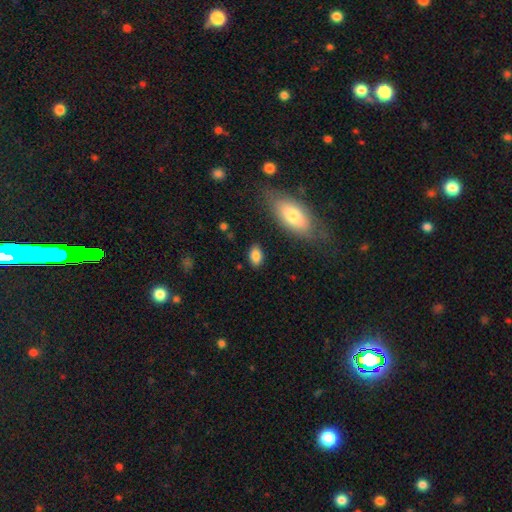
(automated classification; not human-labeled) Q: Smooth or featured?
A: smooth (86%); runner-up: star or artifact (8%)
Q: How rounded?
A: in between (89%); runner-up: round (9%)
Q: Merging?
A: none (83%); runner-up: minor disturbance (11%)